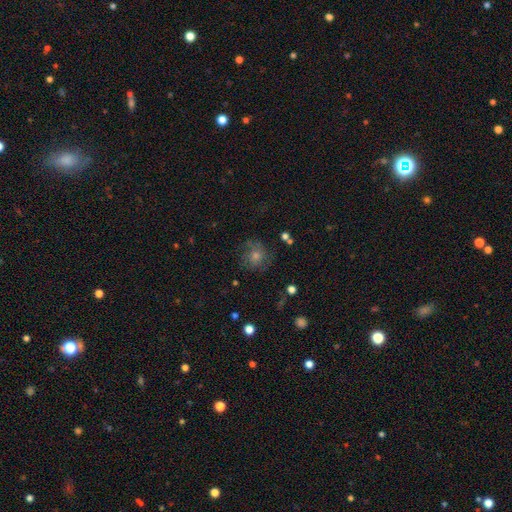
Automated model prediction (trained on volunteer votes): The model was most divided on "smooth or featured": smooth: 40%, featured or disk: 35%, star or artifact: 25%. More confident: merging — none (74%).